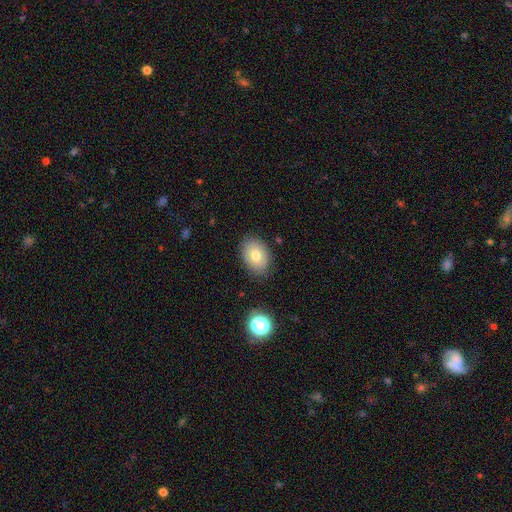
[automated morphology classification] smooth_or_featured: smooth (p=0.74) [alt: featured or disk p=0.16]
how_rounded: in between (p=0.73) [alt: round p=0.26]
merging: none (p=0.83) [alt: minor disturbance p=0.12]